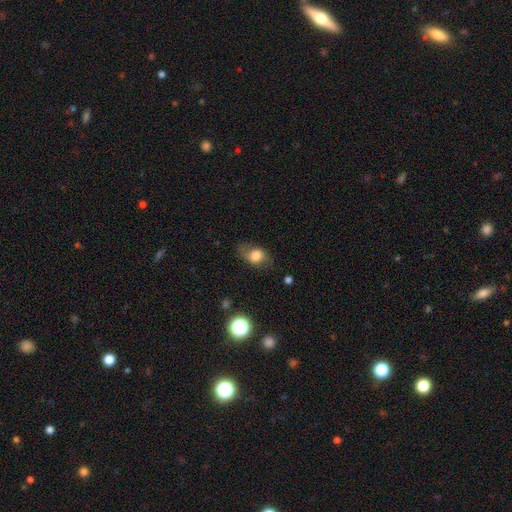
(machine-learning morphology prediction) Smooth or featured: smooth — 70% (featured or disk — 20%)
How rounded: in between — 66% (round — 32%)
Merging: none — 63% (minor disturbance — 24%)